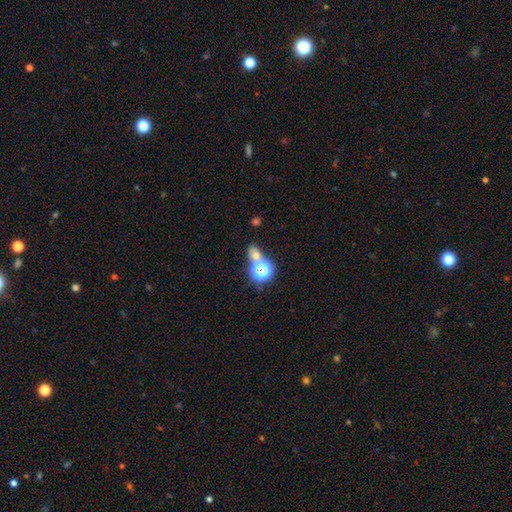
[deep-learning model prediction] smooth_or_featured: smooth (p=0.58) [alt: star or artifact p=0.32]
how_rounded: round (p=0.58) [alt: in between p=0.40]
merging: none (p=0.54) [alt: merger p=0.32]